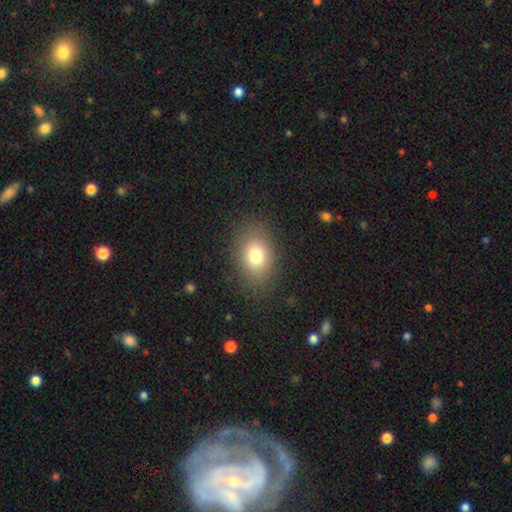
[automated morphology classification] This appears to be a smooth galaxy with no disk features (77%) that is in between round and cigar-shaped (68%). Merging: none (84%).